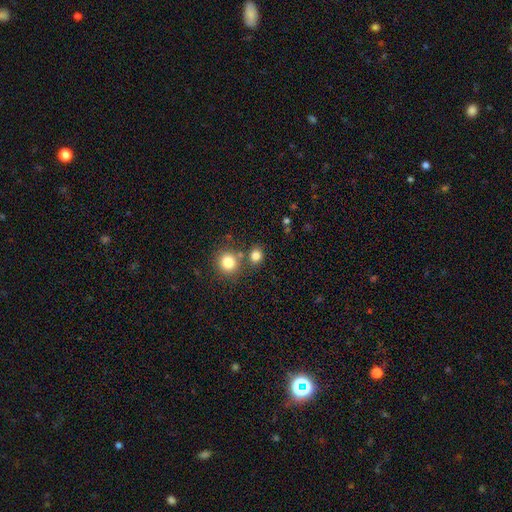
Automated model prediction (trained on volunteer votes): The model was most divided on "how rounded": round: 72%, in between: 27%, cigar-shaped: 1%. More confident: smooth or featured — smooth (81%); merging — none (67%).